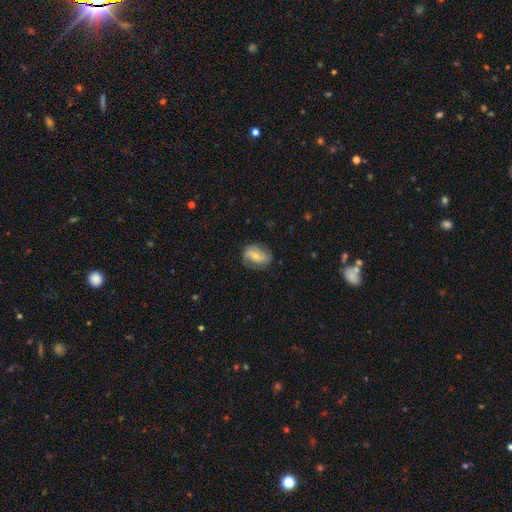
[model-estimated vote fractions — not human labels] This is possibly a featured or disk galaxy (59%). It is clearly not viewed edge-on (95%). Bar: marginally weak (39%). Spiral arm pattern: clearly yes (80%). Central bulge: possibly small (50%). Merging: likely none (75%).